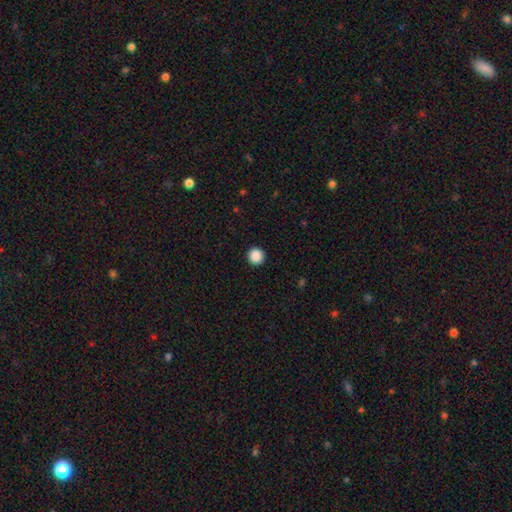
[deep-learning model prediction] smooth 89%, star or artifact 9%, featured or disk 2%. Down the decision tree: how rounded — round (95%); merging — none (93%).